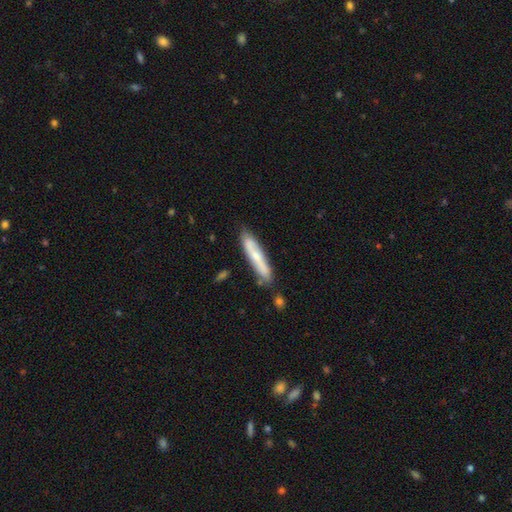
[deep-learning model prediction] Morphology: type=smooth (49%); merging=none (79%).